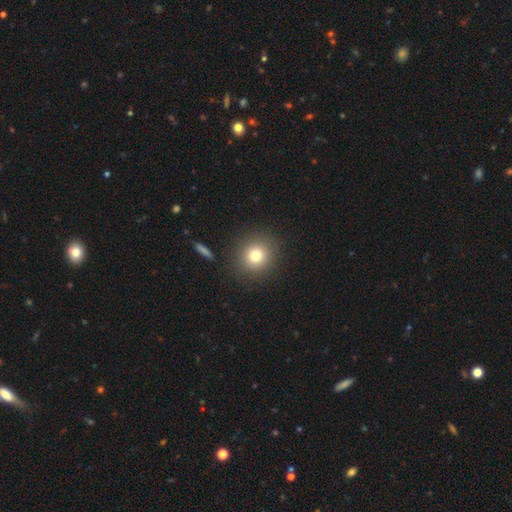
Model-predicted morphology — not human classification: A smooth galaxy with no disk features (78%) that is round (88%).

Vote fractions:
- Smooth or featured? smooth: 78% / star or artifact: 12% / featured or disk: 10%
- How rounded? round: 88% / in between: 11% / cigar-shaped: 1%
- Merging? none: 88% / minor disturbance: 7% / major disturbance: 3% / merger: 2%